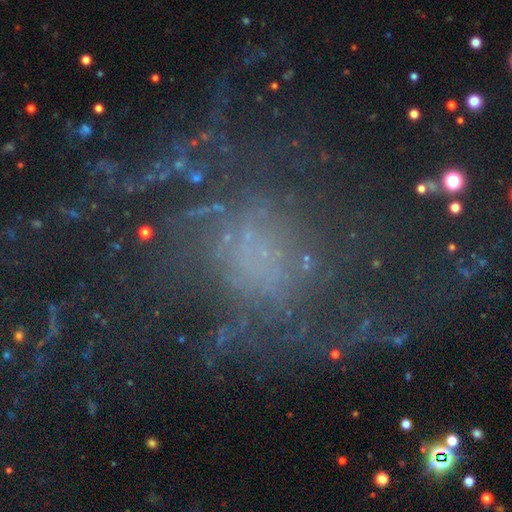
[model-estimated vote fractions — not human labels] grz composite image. It shows a featured or disk galaxy (58%) with no bar (69%), spiral arms (70%) and no central bulge (33%). Merging: none (50%).